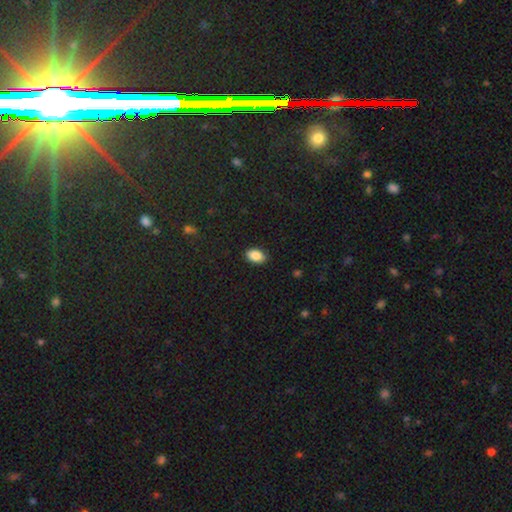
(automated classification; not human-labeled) This is clearly a smooth galaxy (88%). How rounded: clearly in between (90%). Merging: clearly none (88%).